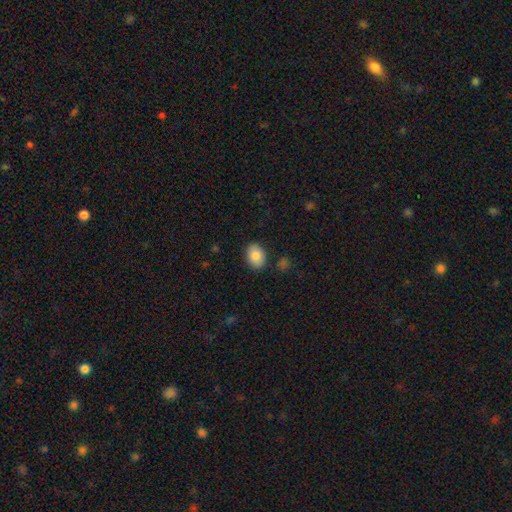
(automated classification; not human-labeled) smooth_or_featured: smooth (p=0.84) [alt: featured or disk p=0.08]
how_rounded: in between (p=0.75) [alt: round p=0.24]
merging: none (p=0.86) [alt: minor disturbance p=0.10]